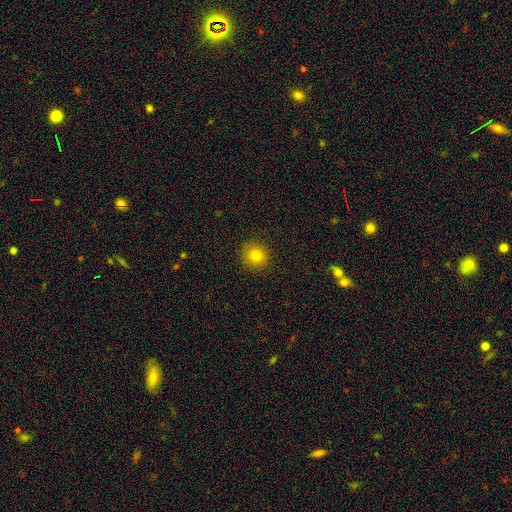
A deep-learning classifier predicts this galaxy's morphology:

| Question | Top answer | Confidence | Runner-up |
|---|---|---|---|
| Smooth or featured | smooth | 81% | star or artifact (12%) |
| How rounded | round | 91% | in between (8%) |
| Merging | none | 90% | minor disturbance (6%) |